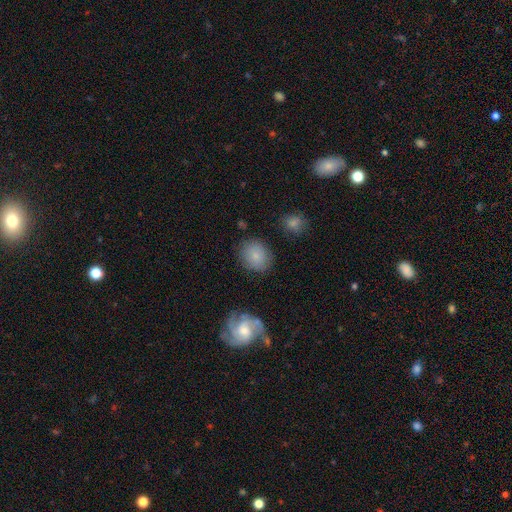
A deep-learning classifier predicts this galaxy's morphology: Smooth or featured? Predicted: smooth (p=0.79). How rounded? Predicted: round (p=0.67). Merging? Predicted: none (p=0.81).